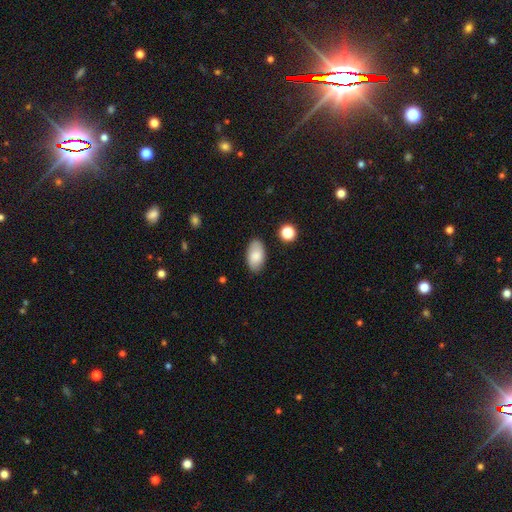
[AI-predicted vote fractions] Smooth or featured? smooth (84%)
How rounded? in between (94%)
Merging? none (85%)